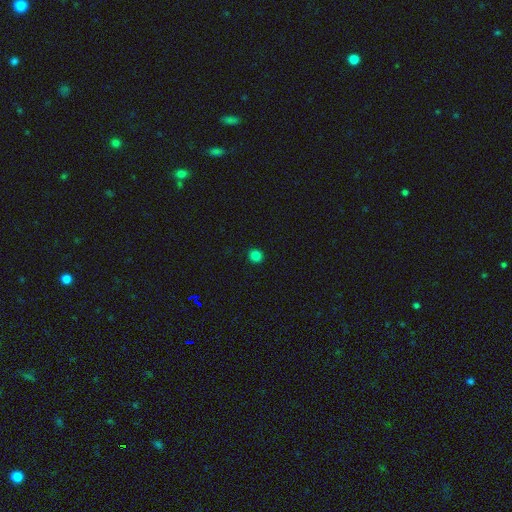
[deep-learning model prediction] Morphology: type=smooth (83%); roundness=round (92%); merging=none (93%).